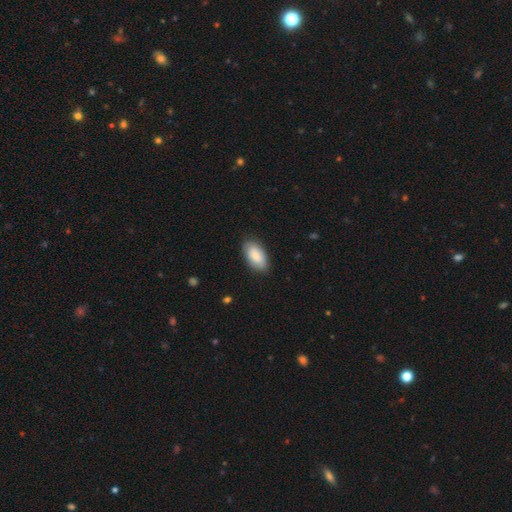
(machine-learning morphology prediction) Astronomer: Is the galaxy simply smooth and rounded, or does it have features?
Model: smooth — 82%.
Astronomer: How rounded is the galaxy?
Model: in between — 95%.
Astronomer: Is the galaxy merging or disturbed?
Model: none — 84%.